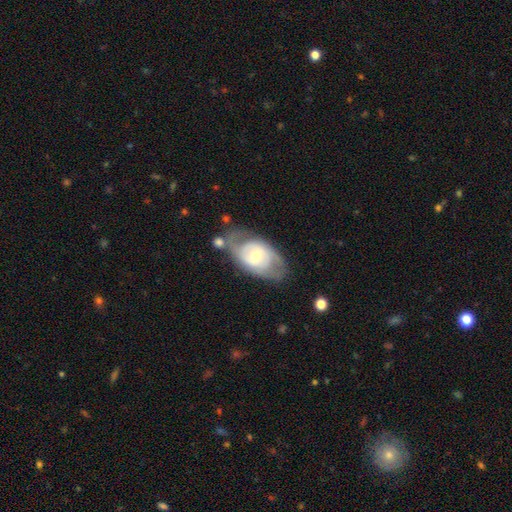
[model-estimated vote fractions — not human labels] This appears to be a featured or disk galaxy (69%) with no bar (56%), spiral arms (77%) and a moderate central bulge (61%). Merging: none (53%).